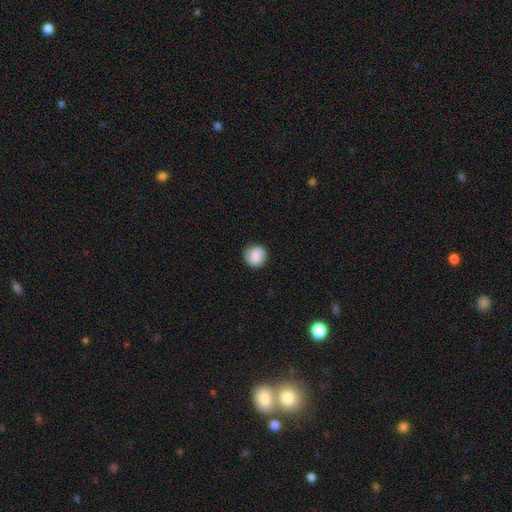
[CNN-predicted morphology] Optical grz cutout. It shows a smooth galaxy with no disk features (83%) that is round (89%). Merging: none (85%).